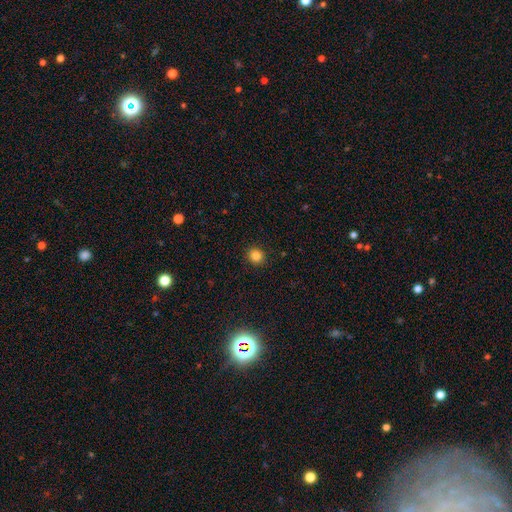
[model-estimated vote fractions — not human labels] This is clearly a smooth galaxy (84%). How rounded: clearly round (89%). Merging: clearly none (91%).